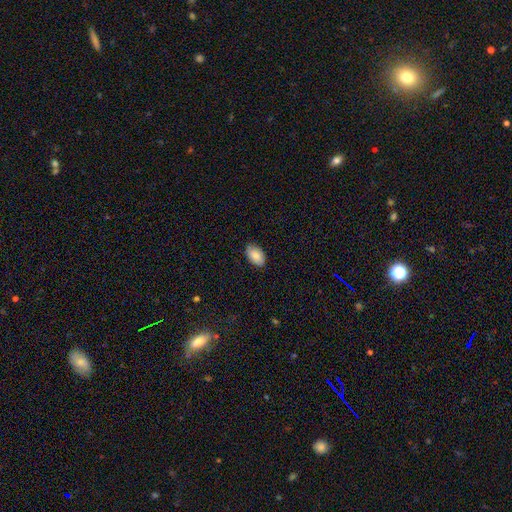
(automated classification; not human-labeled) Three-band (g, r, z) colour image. It shows a smooth galaxy with no disk features (86%) that is in between round and cigar-shaped (93%). Merging: none (86%).